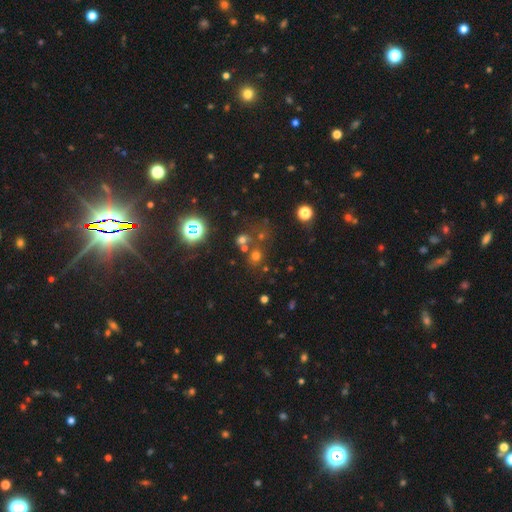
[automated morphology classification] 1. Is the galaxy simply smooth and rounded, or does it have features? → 48% smooth, 42% star or artifact, 9% featured or disk.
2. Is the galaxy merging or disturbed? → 65% none, 22% merger, 8% minor disturbance, 5% major disturbance.